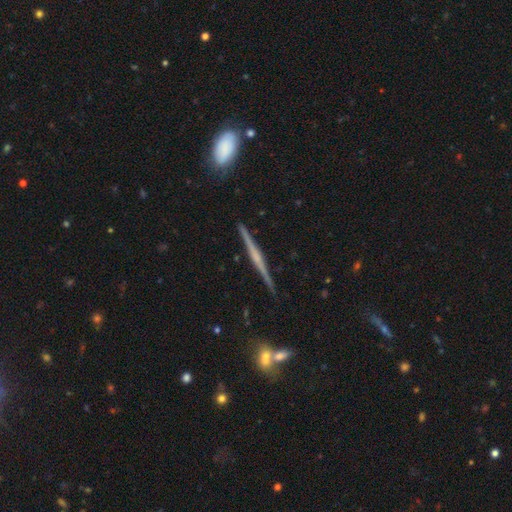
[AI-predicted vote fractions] A featured or disk galaxy (78%) viewed edge-on (98%) with a rounded central bulge (57%). Merging: none (90%).